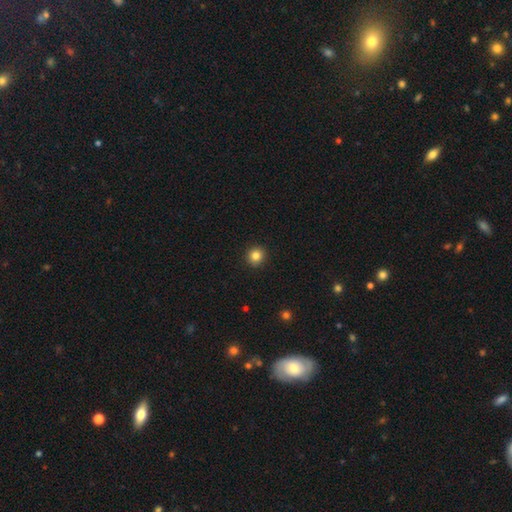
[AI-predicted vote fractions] Overall: smooth (84%). How rounded: round (93%). Merging: none (92%).